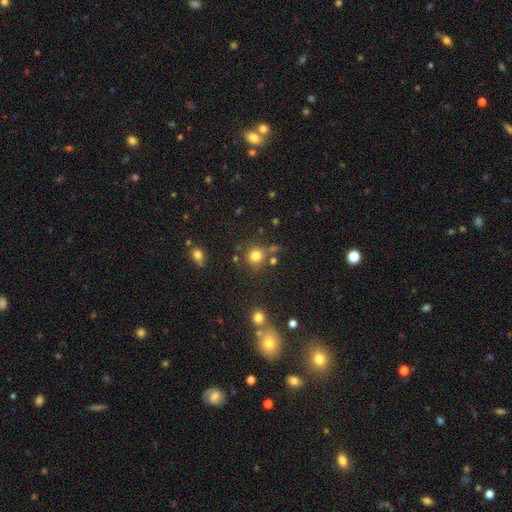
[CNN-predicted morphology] This appears to be a smooth galaxy with no disk features (78%) that is round (89%). Merging: none (71%).